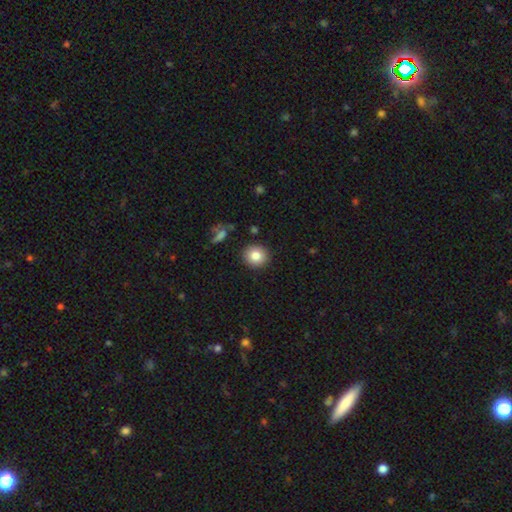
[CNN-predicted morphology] type=smooth (83%); roundness=round (88%); merging=none (90%).